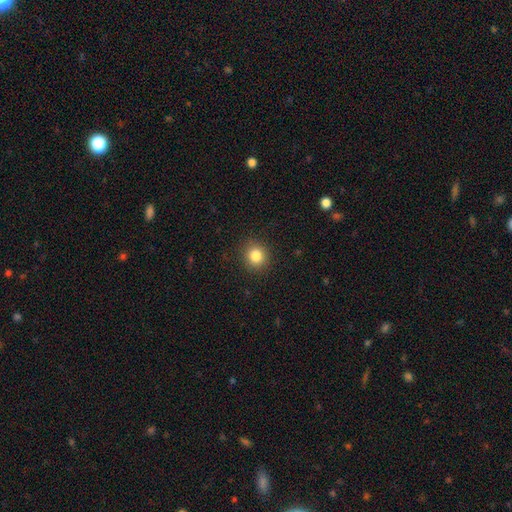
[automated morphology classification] This appears to be a smooth galaxy with no disk features (83%) that is round (89%). Merging: none (90%).